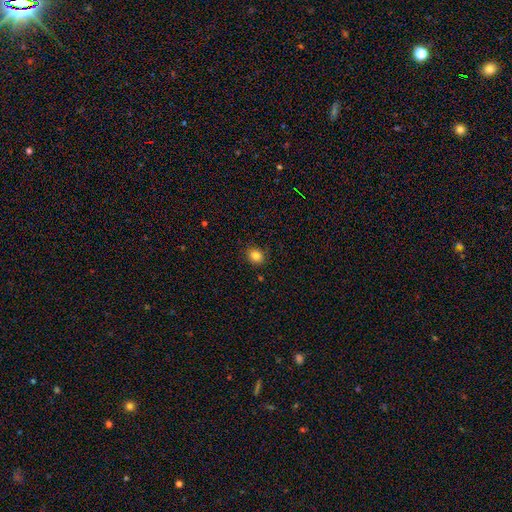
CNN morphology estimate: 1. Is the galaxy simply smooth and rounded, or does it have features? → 84% smooth, 11% star or artifact, 5% featured or disk.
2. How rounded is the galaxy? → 74% round, 26% in between, 1% cigar-shaped.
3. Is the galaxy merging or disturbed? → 89% none, 8% minor disturbance, 2% major disturbance, 1% merger.